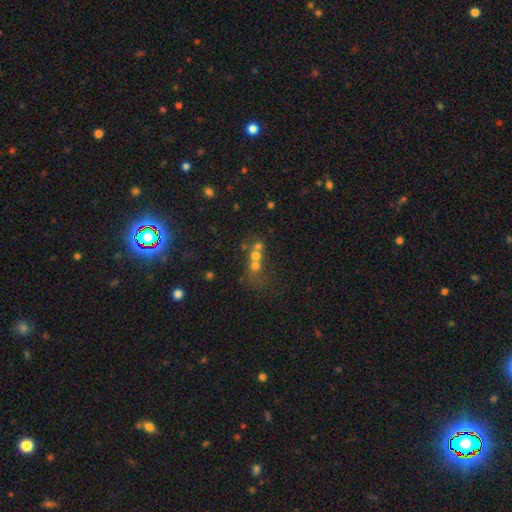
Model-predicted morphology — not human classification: smooth 40%, star or artifact 39%, featured or disk 21%. Down the decision tree: merging — merger (53%).